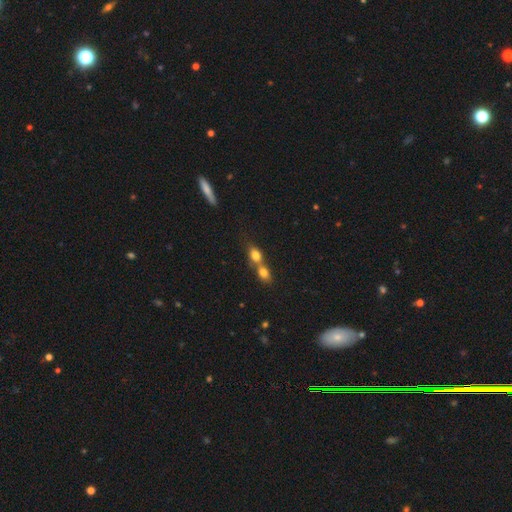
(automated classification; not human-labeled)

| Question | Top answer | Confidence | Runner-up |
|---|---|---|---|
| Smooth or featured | smooth | 76% | featured or disk (13%) |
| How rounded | in between | 56% | round (38%) |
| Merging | merger | 70% | none (21%) |